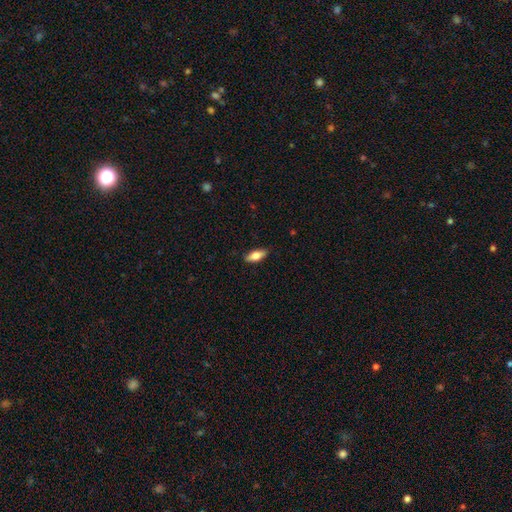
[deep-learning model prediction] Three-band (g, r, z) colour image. It shows a smooth galaxy with no disk features (72%) that is in between round and cigar-shaped (73%). Merging: none (85%).